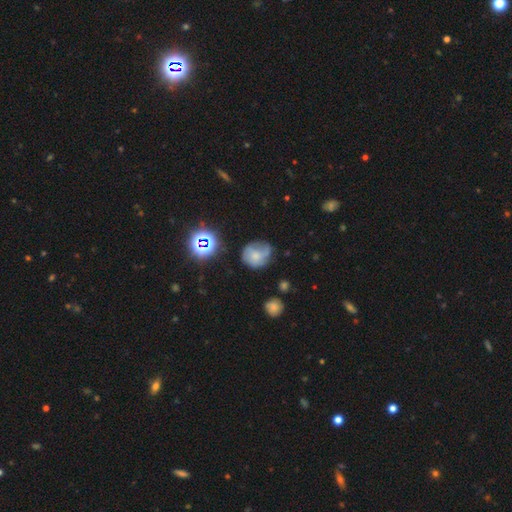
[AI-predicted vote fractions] Smooth or featured: smooth — 58% (featured or disk — 27%)
How rounded: round — 72% (in between — 27%)
Merging: none — 45% (minor disturbance — 33%)